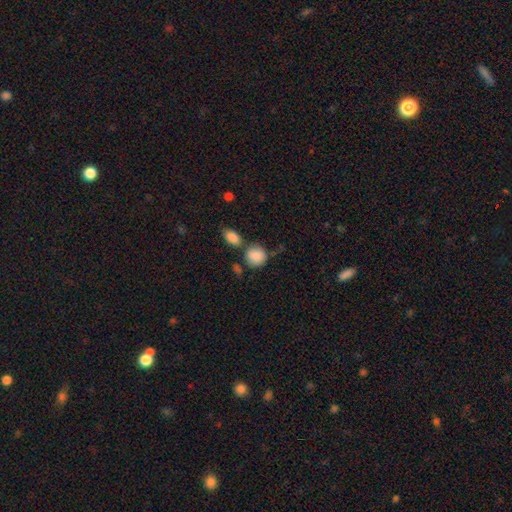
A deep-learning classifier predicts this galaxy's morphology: smooth_or_featured: smooth (p=0.87) [alt: star or artifact p=0.07]
how_rounded: round (p=0.75) [alt: in between p=0.24]
merging: none (p=0.55) [alt: merger p=0.22]